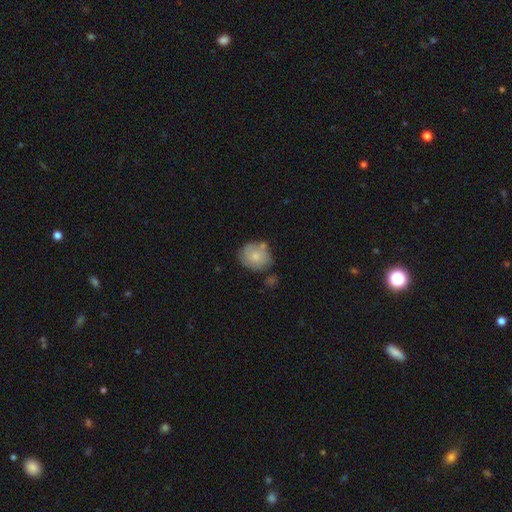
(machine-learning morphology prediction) Smooth or featured: smooth — 64% (featured or disk — 29%)
How rounded: round — 67% (in between — 32%)
Merging: none — 61% (minor disturbance — 22%)